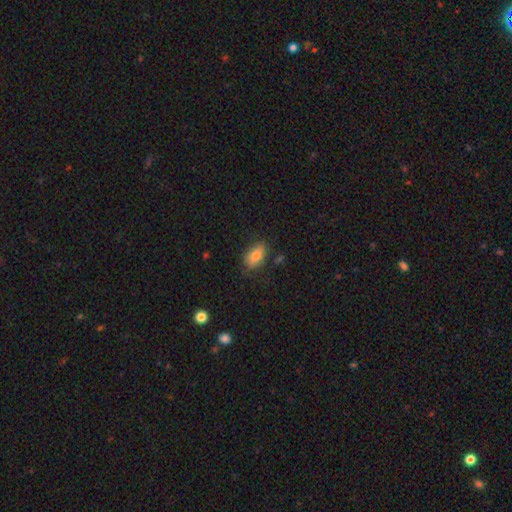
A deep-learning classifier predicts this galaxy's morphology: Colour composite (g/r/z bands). It shows a smooth galaxy with no disk features (81%) that is in between round and cigar-shaped (90%). Merging: none (77%).